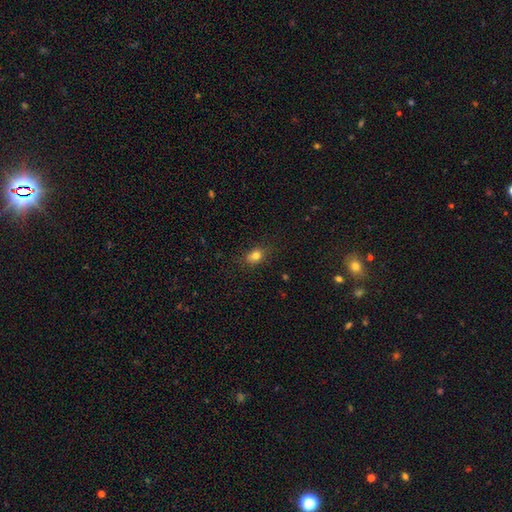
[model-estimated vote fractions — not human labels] Smooth or featured?
  - smooth: 81% *
  - star or artifact: 12%
  - featured or disk: 8%
How rounded?
  - in between: 65% *
  - round: 33%
  - cigar-shaped: 2%
Merging?
  - none: 83% *
  - minor disturbance: 13%
  - major disturbance: 3%
  - merger: 1%